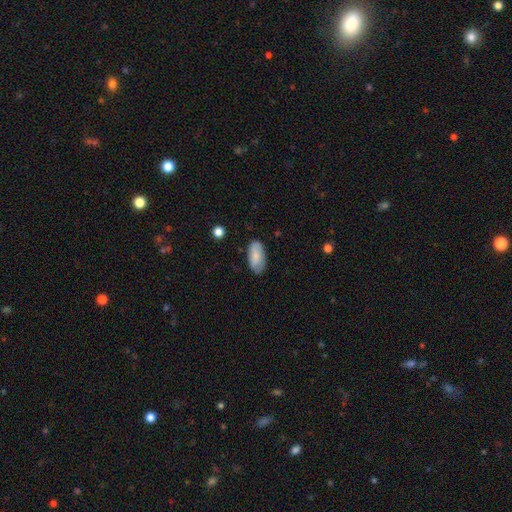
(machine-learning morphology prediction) A smooth galaxy with no disk features (81%) that is in between round and cigar-shaped (93%).

Vote fractions:
- Smooth or featured? smooth: 81% / featured or disk: 13% / star or artifact: 6%
- How rounded? in between: 93% / cigar-shaped: 5% / round: 2%
- Merging? none: 79% / minor disturbance: 17% / major disturbance: 3% / merger: 1%